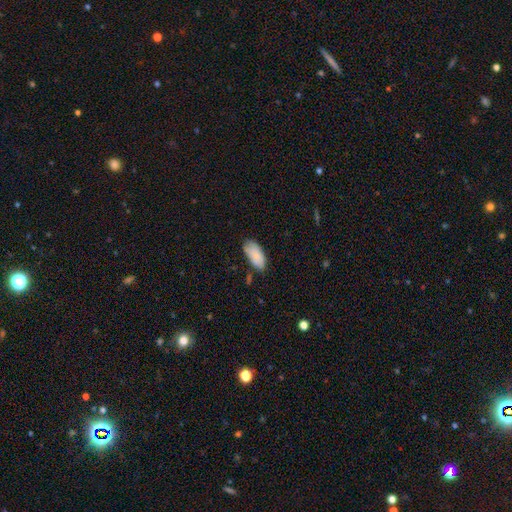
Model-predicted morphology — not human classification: Smooth or featured?
  - smooth: 85% *
  - featured or disk: 9%
  - star or artifact: 6%
How rounded?
  - in between: 93% *
  - cigar-shaped: 5%
  - round: 2%
Merging?
  - none: 69% *
  - minor disturbance: 24%
  - major disturbance: 5%
  - merger: 3%